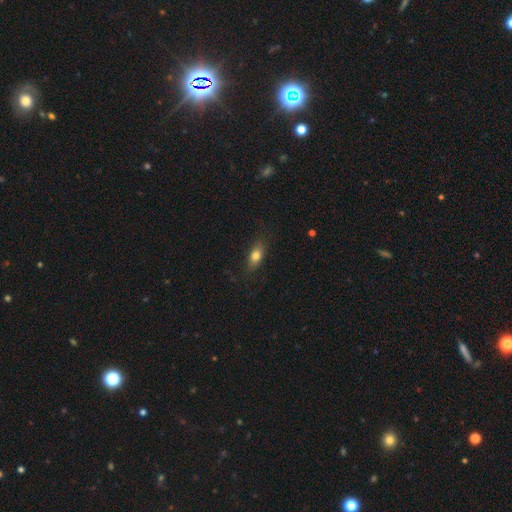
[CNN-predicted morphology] Smooth or featured? Predicted: smooth (p=0.76). How rounded? Predicted: in between (p=0.78). Merging? Predicted: none (p=0.78).